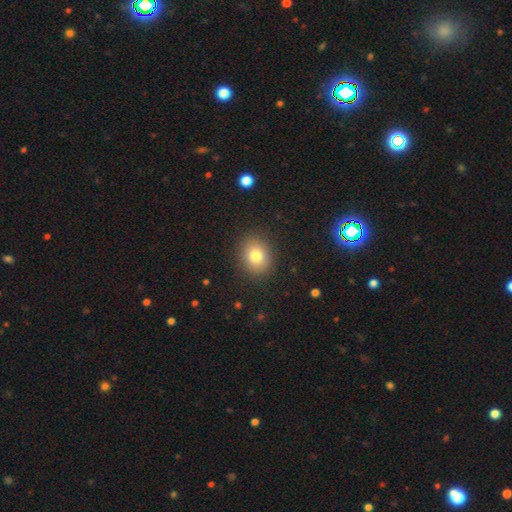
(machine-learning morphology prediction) Smooth or featured: smooth — 80% (star or artifact — 11%)
How rounded: round — 62% (in between — 37%)
Merging: none — 89% (minor disturbance — 8%)